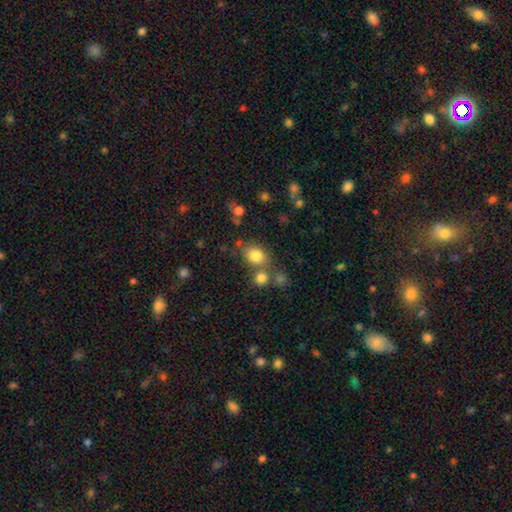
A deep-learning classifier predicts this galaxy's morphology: This appears to be a smooth galaxy with no disk features (80%) that is round (58%). Merging: none (61%).